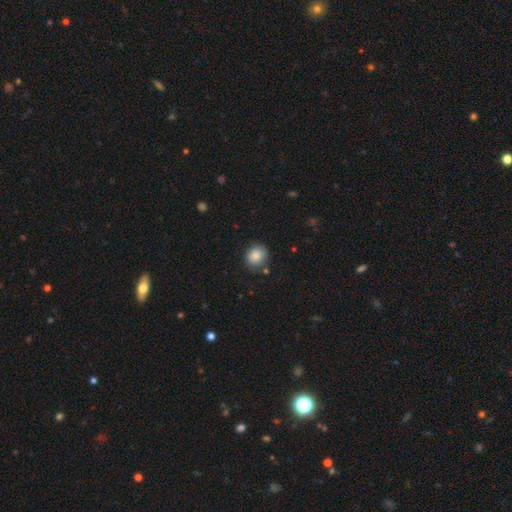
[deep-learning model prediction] This appears to be a smooth galaxy with no disk features (84%) that is round (71%). Merging: none (76%).